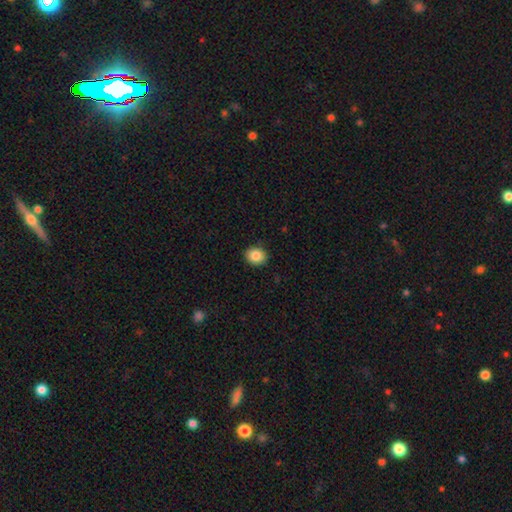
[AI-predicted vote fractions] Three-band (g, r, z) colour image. It shows a smooth galaxy with no disk features (86%) that is round (63%). Merging: none (90%).